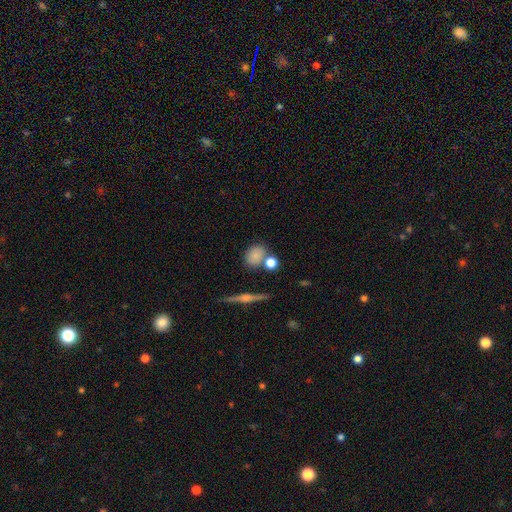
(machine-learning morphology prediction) Smooth or featured? Predicted: smooth (p=0.78). How rounded? Predicted: round (p=0.53). Merging? Predicted: none (p=0.62).